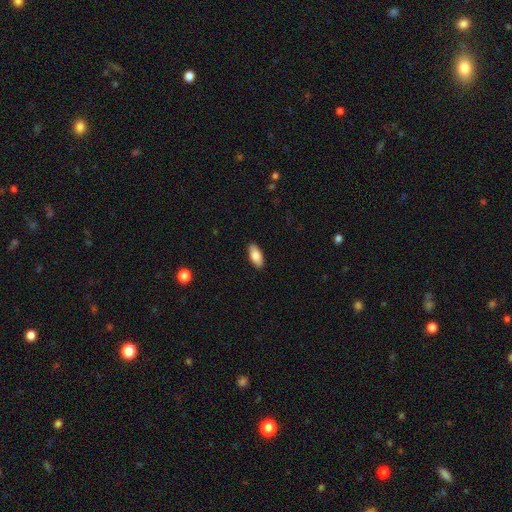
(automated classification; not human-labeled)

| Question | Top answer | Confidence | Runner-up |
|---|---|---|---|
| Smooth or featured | smooth | 85% | featured or disk (9%) |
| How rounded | in between | 88% | cigar-shaped (10%) |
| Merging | none | 90% | minor disturbance (8%) |